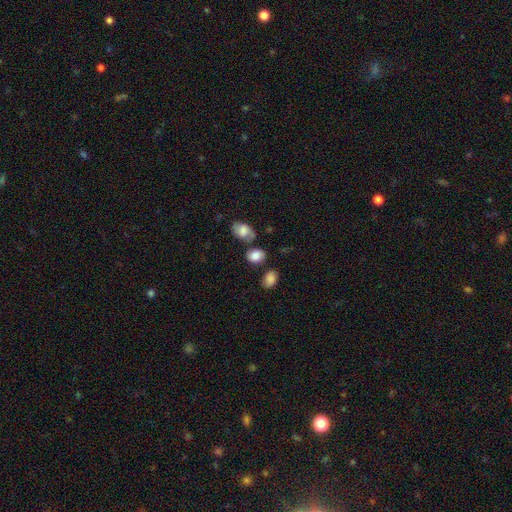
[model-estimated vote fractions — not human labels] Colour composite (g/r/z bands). It shows a smooth galaxy with no disk features (83%) that is in between round and cigar-shaped (68%). Merging: none (64%).